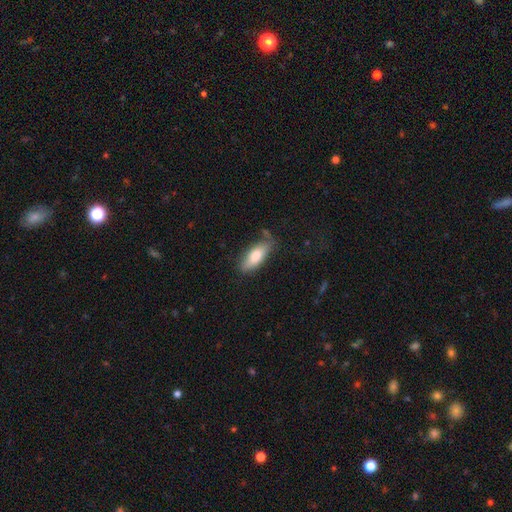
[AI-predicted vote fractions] Q: Smooth or featured?
A: smooth (79%); runner-up: featured or disk (15%)
Q: How rounded?
A: in between (75%); runner-up: cigar-shaped (23%)
Q: Merging?
A: none (68%); runner-up: minor disturbance (23%)